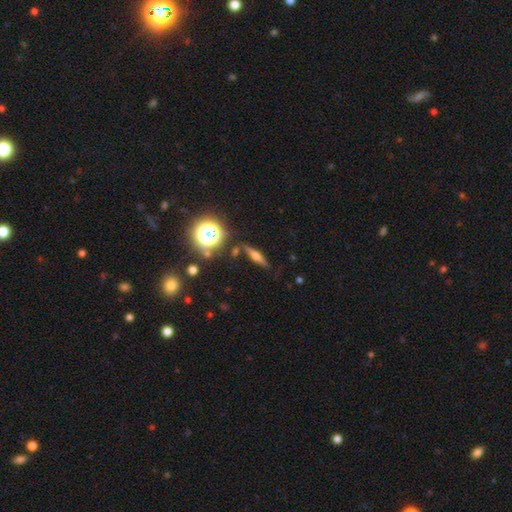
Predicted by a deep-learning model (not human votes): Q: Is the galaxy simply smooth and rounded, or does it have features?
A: featured or disk — 49%.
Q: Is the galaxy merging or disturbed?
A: none — 84%.